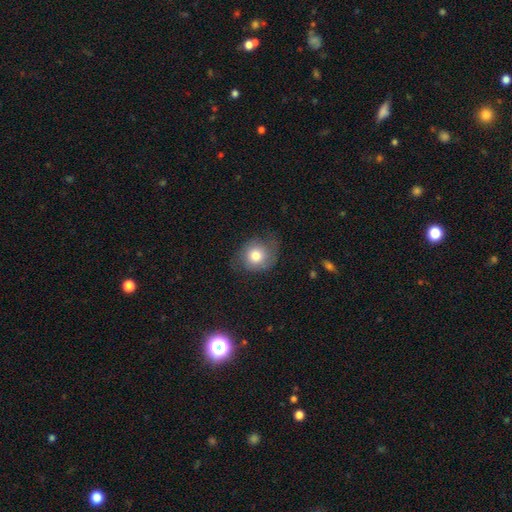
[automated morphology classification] smooth 67%, featured or disk 25%, star or artifact 8%. Down the decision tree: how rounded — round (74%); merging — none (60%).